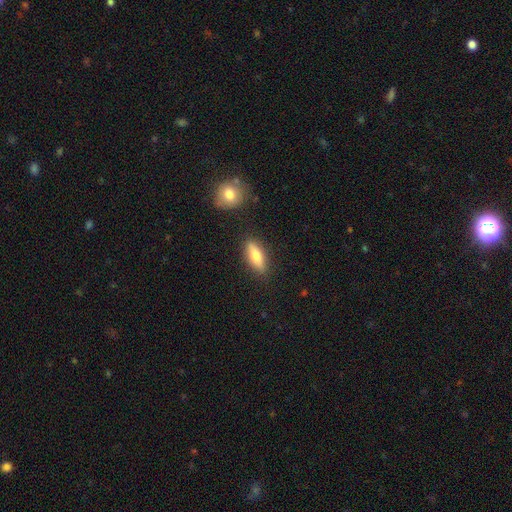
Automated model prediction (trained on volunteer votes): Morphology: type=smooth (66%); roundness=in between (61%); merging=none (84%).